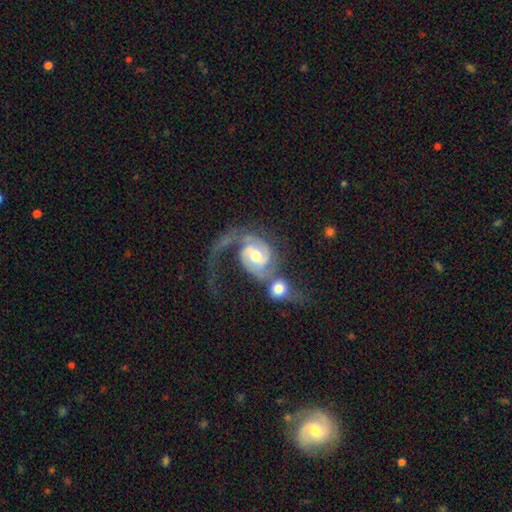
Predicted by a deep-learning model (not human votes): This is clearly a featured or disk galaxy (87%). It is clearly not viewed edge-on (97%). Bar: possibly weak (49%). Spiral arm pattern: clearly yes (97%). Spiral arm count: likely 2 (66%). Spiral winding: marginally medium (42%). Central bulge: likely moderate (67%). Merging: possibly merger (49%).